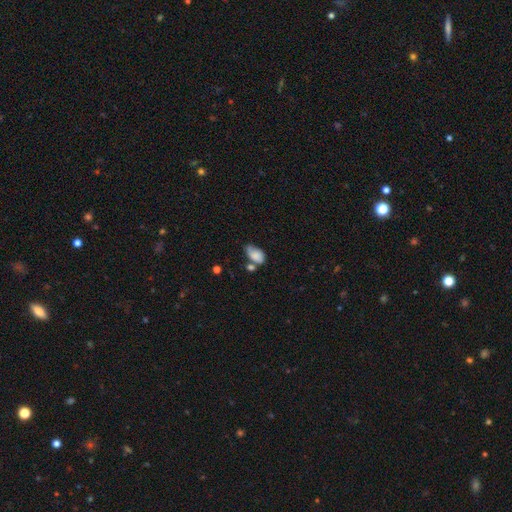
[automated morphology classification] Q: Smooth or featured?
A: smooth (77%); runner-up: featured or disk (15%)
Q: How rounded?
A: in between (90%); runner-up: round (8%)
Q: Merging?
A: none (32%); tied with: minor disturbance (32%)